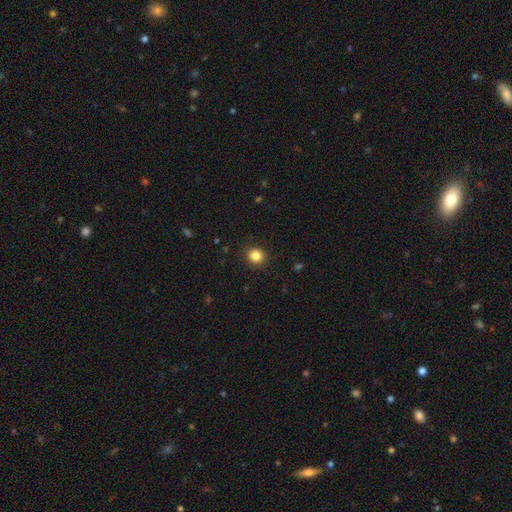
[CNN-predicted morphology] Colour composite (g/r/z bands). It shows a smooth galaxy with no disk features (85%) that is round (89%). Merging: none (91%).